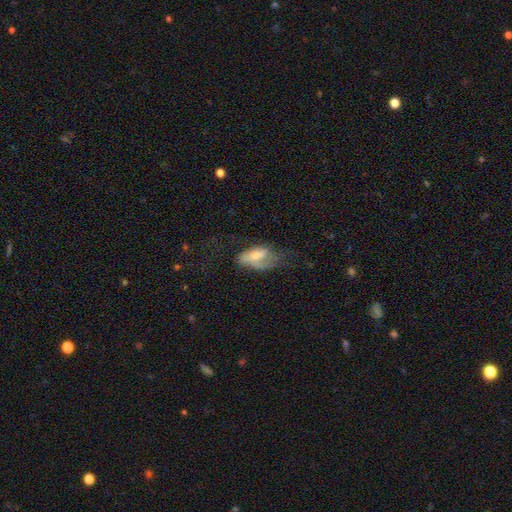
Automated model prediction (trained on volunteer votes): Morphology: type=smooth (53%); roundness=in between (89%); merging=major disturbance (38%).